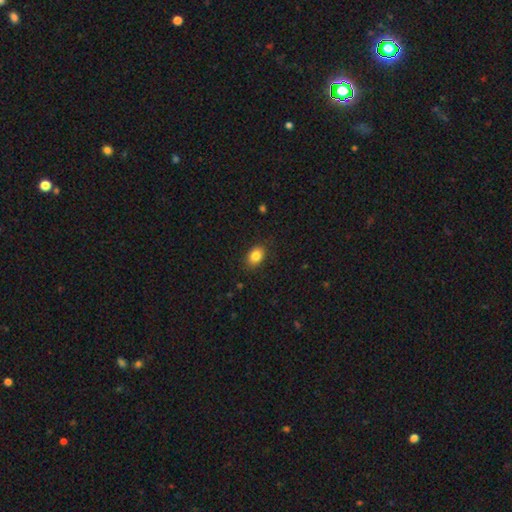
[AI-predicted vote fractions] Morphology: type=smooth (85%); roundness=in between (77%); merging=none (85%).